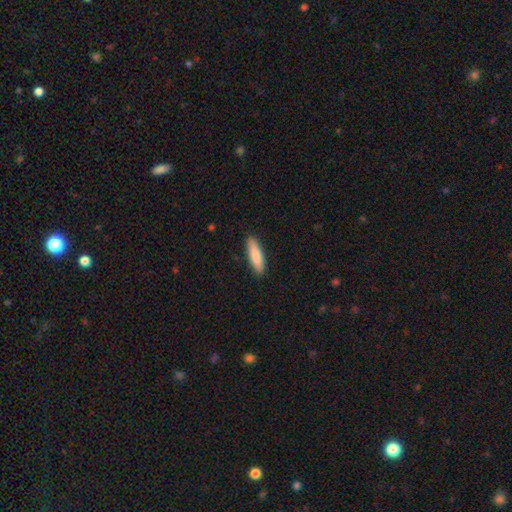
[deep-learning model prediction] Overall: smooth (84%). How rounded: cigar-shaped (64%; in between 34%). Merging: none (90%).